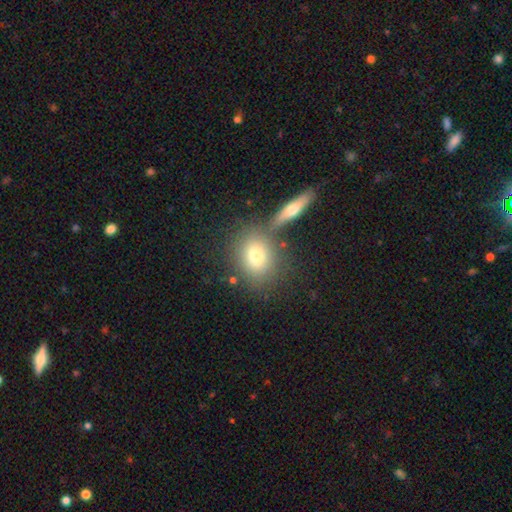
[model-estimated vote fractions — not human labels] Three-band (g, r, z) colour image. It shows a smooth galaxy with no disk features (72%) that is round (50%). Merging: none (66%).